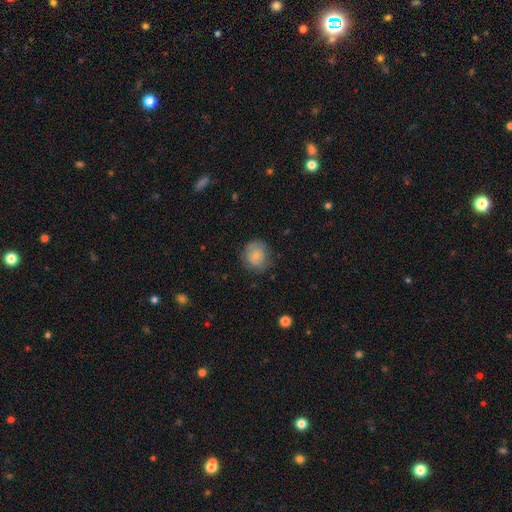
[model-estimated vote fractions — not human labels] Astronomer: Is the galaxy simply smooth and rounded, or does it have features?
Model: smooth — 72%.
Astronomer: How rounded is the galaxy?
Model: round — 80%.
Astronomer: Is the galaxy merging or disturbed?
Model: none — 73%.